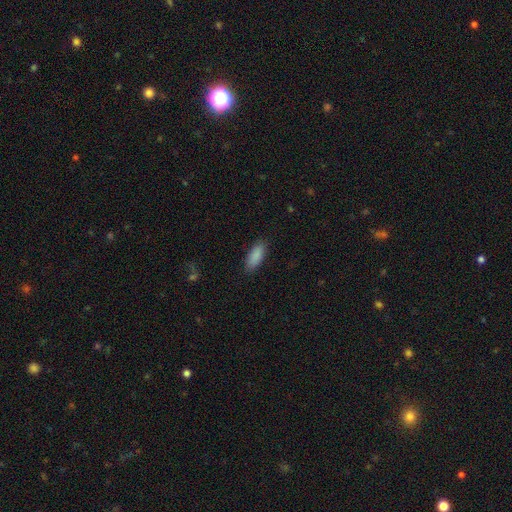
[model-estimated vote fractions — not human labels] This appears to be a smooth galaxy with no disk features (89%) that is in between round and cigar-shaped (76%). Merging: none (86%).